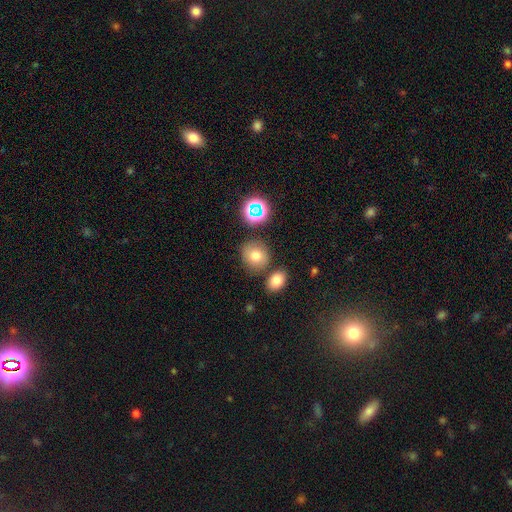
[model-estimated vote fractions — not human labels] Overall: smooth (74%). How rounded: round (80%). Merging: none (75%).